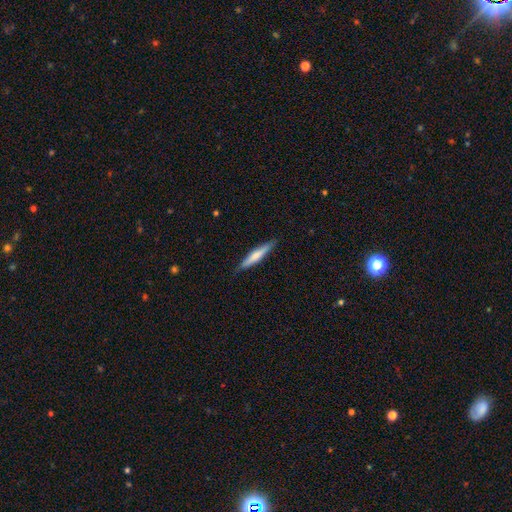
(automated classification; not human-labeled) Smooth or featured? smooth (63%)
How rounded? cigar-shaped (92%)
Merging? none (88%)